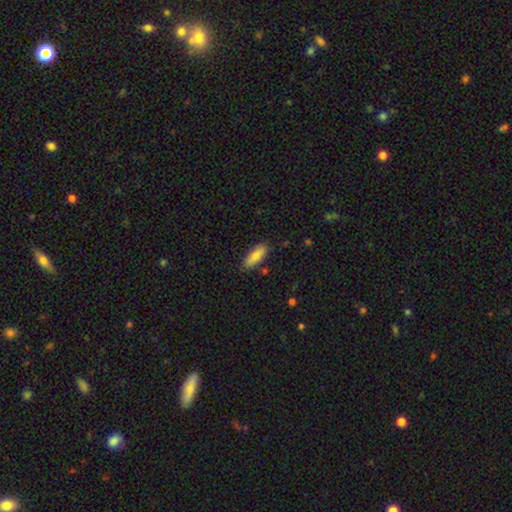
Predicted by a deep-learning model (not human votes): This is clearly a smooth galaxy (80%). How rounded: possibly in between (58%). Merging: clearly none (85%).